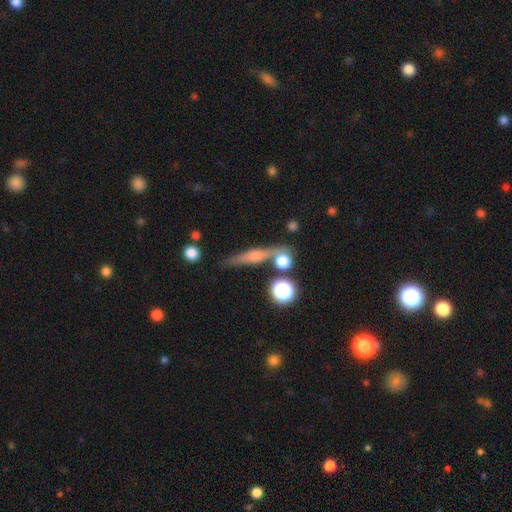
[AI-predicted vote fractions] Smooth or featured?
  - featured or disk: 52% *
  - smooth: 36%
  - star or artifact: 12%
Edge-on disk?
  - yes: 92% *
  - no: 8%
Merging?
  - none: 72% *
  - minor disturbance: 12%
  - merger: 11%
  - major disturbance: 4%